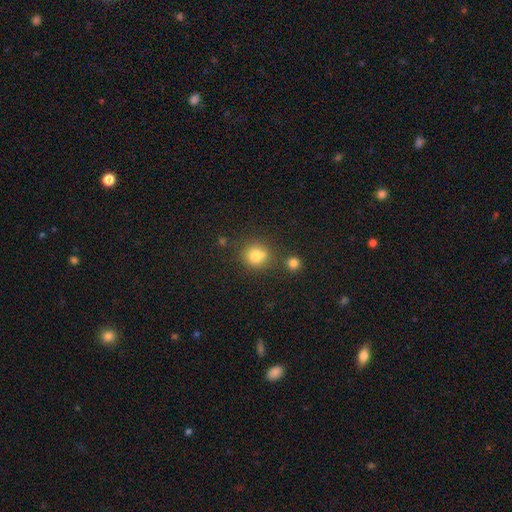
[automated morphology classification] Smooth or featured? smooth (78%)
How rounded? round (86%)
Merging? none (65%)